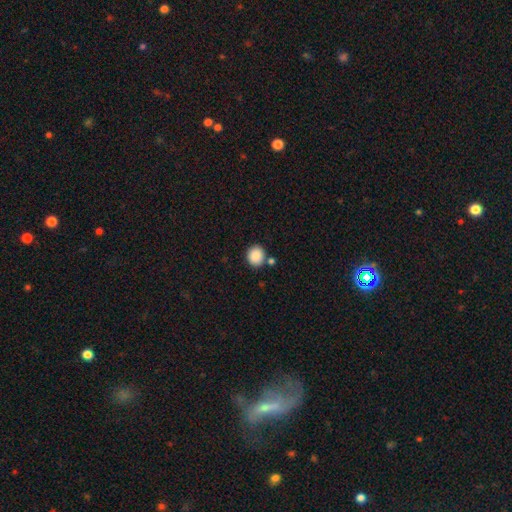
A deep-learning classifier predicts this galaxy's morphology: type=smooth (88%); roundness=round (78%); merging=none (78%).